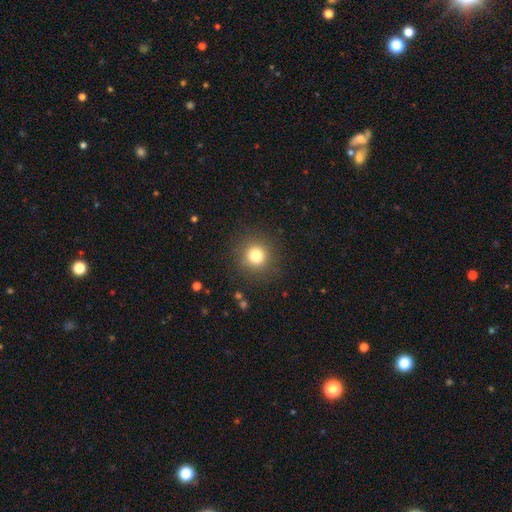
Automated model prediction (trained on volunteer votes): A smooth galaxy with no disk features (79%) that is round (94%).

Vote fractions:
- Smooth or featured? smooth: 79% / star or artifact: 14% / featured or disk: 7%
- How rounded? round: 94% / in between: 5% / cigar-shaped: 1%
- Merging? none: 88% / minor disturbance: 7% / major disturbance: 3% / merger: 1%